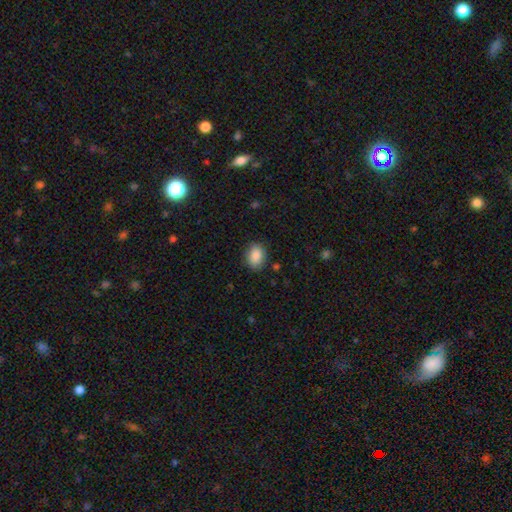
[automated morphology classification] This appears to be a smooth galaxy with no disk features (88%) that is in between round and cigar-shaped (72%). Merging: none (85%).